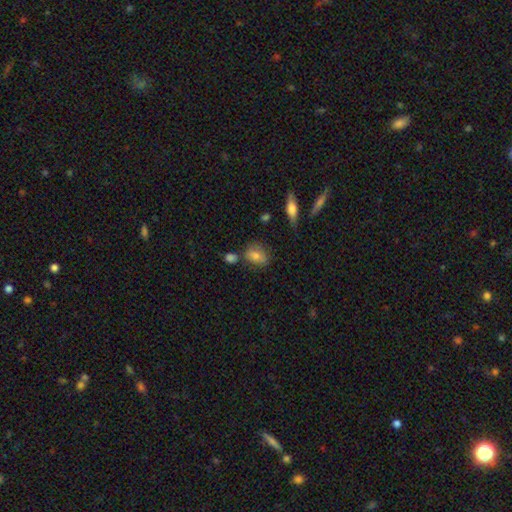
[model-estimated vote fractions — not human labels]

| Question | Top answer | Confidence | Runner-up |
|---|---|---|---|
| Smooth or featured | smooth | 74% | featured or disk (16%) |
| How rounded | in between | 63% | round (34%) |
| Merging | none | 67% | minor disturbance (17%) |